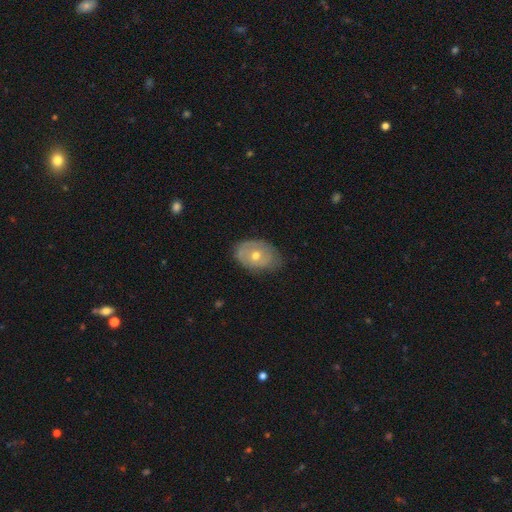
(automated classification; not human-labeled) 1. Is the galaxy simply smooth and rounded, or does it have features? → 50% featured or disk, 43% smooth, 7% star or artifact.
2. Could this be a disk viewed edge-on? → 92% no, 8% yes.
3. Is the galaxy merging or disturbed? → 67% none, 26% minor disturbance, 6% major disturbance, 1% merger.